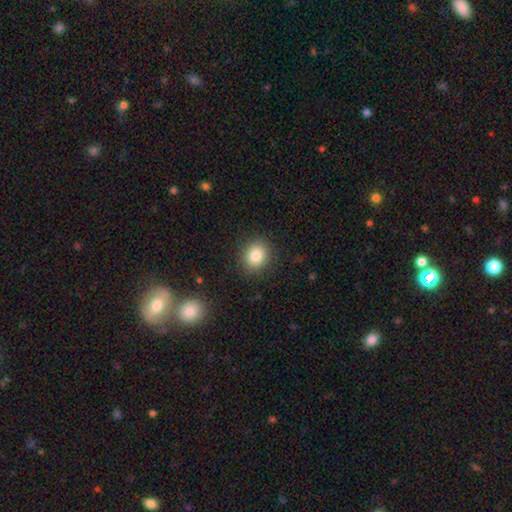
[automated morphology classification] Q: Smooth or featured?
A: smooth (83%); runner-up: star or artifact (10%)
Q: How rounded?
A: round (66%); runner-up: in between (33%)
Q: Merging?
A: none (88%); runner-up: minor disturbance (8%)